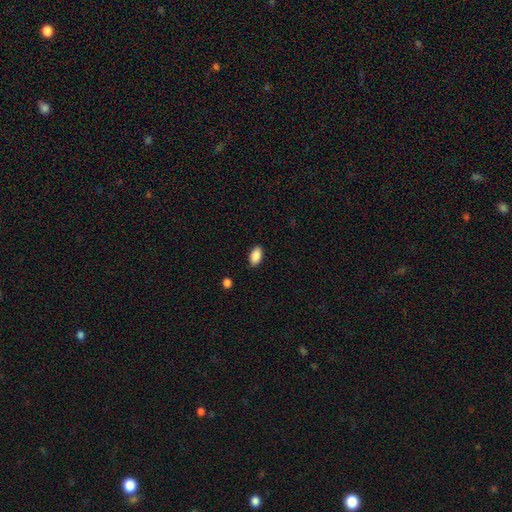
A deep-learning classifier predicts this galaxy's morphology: This is clearly a smooth galaxy (89%). How rounded: clearly in between (93%). Merging: clearly none (87%).